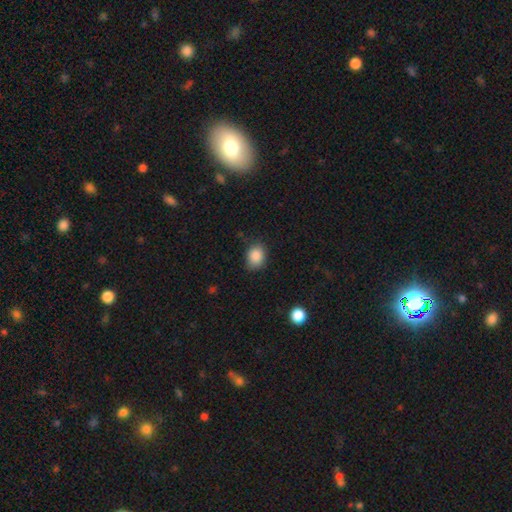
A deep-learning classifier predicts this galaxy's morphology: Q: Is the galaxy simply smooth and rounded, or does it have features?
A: smooth — 87%.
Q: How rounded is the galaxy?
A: in between — 56%.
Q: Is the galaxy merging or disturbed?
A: none — 78%.